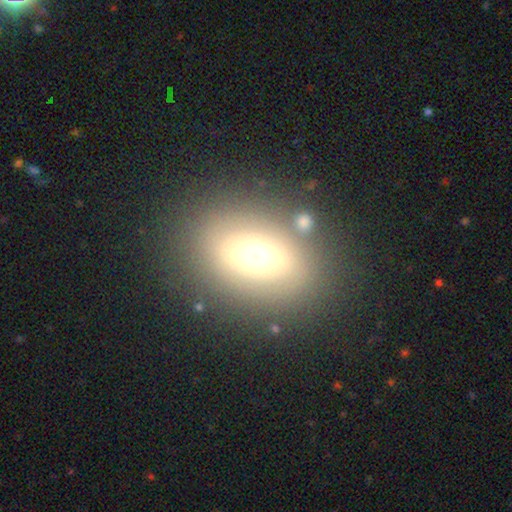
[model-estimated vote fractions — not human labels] Overall: smooth (47%; featured or disk 41%). Merging: none (78%).